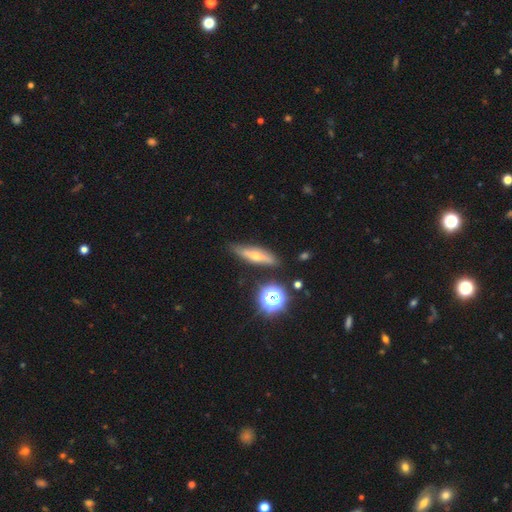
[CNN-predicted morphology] smooth-or-featured: featured or disk: 45% | smooth: 40% | star or artifact: 15%
  merging: none: 83% | minor disturbance: 12% | merger: 3% | major disturbance: 3%